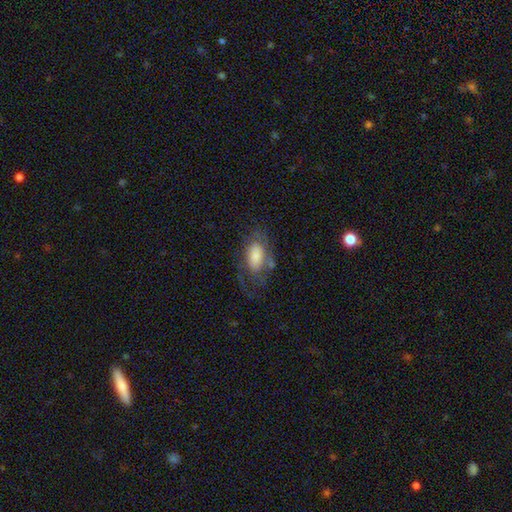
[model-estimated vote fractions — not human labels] smooth_or_featured: smooth (p=0.56) [alt: featured or disk p=0.36]
how_rounded: in between (p=0.90) [alt: round p=0.05]
merging: none (p=0.50) [alt: minor disturbance p=0.23]